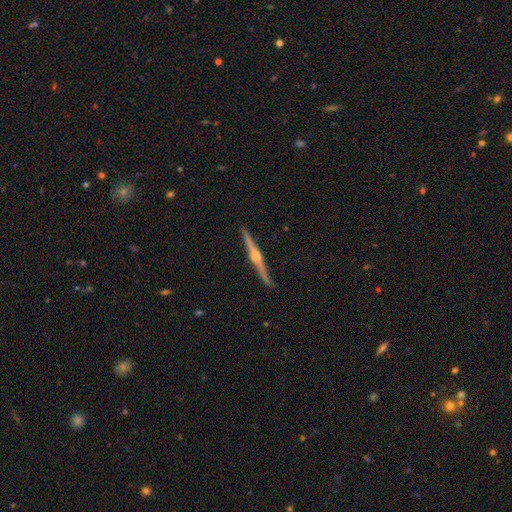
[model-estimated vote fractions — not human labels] Smooth or featured? Predicted: featured or disk (p=0.87). Edge-on disk? Predicted: yes (p=0.99). Edge-on bulge? Predicted: rounded (p=0.93). Merging? Predicted: none (p=0.91).